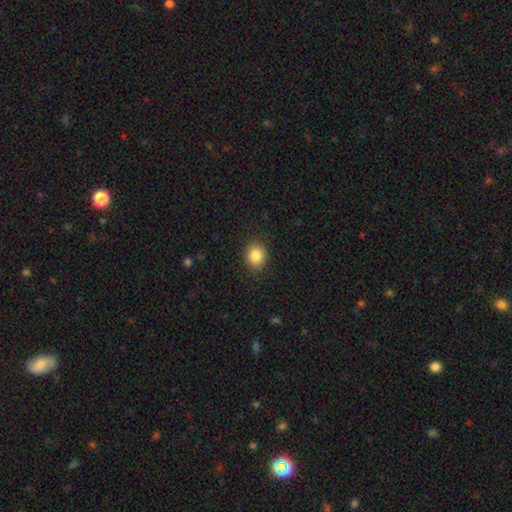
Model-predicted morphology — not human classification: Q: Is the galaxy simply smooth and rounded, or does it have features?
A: smooth — 85%.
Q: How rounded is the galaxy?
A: round — 64%.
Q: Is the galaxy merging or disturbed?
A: none — 88%.